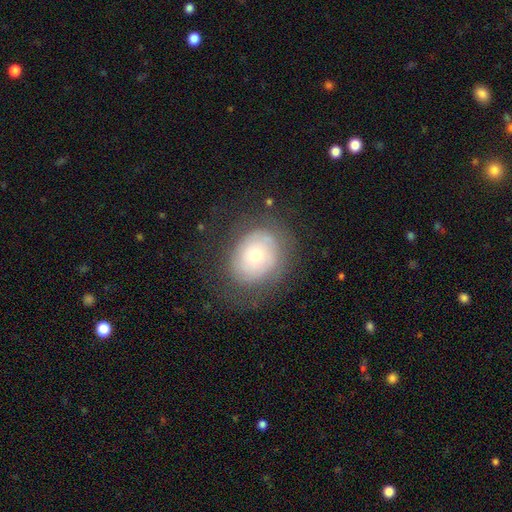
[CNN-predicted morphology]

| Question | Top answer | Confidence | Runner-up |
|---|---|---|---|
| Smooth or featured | smooth | 51% | featured or disk (40%) |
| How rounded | round | 55% | in between (44%) |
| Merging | none | 68% | minor disturbance (19%) |